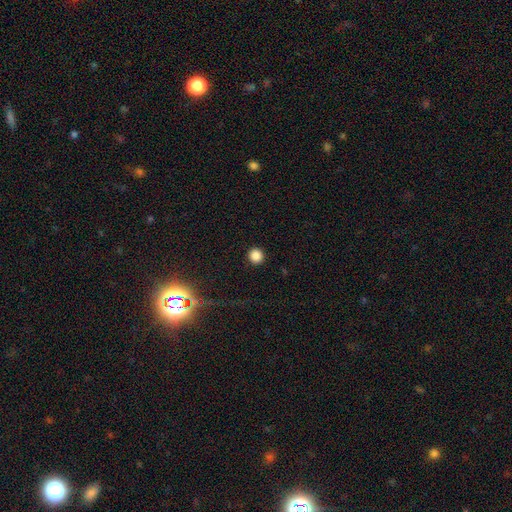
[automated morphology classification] This is clearly a smooth galaxy (85%). How rounded: clearly round (94%). Merging: clearly none (93%).